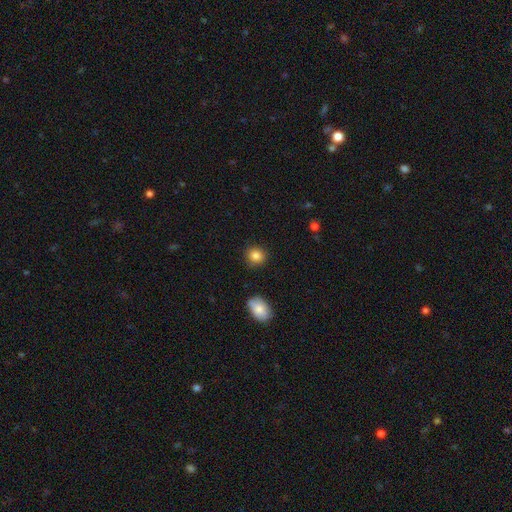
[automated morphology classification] A smooth galaxy with no disk features (86%) that is round (83%). Merging: none (88%).